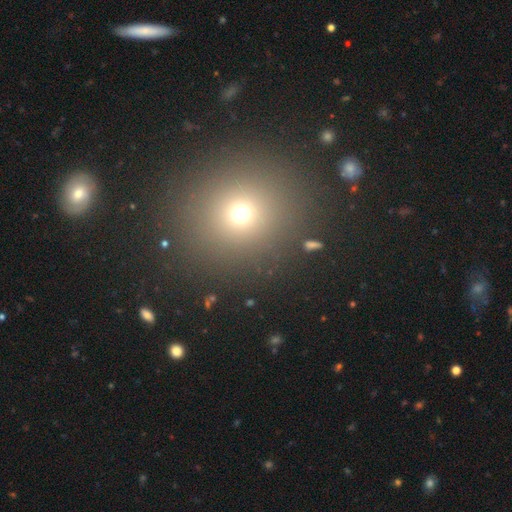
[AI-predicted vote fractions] Smooth or featured? Predicted: smooth (p=0.62). How rounded? Predicted: round (p=0.87). Merging? Predicted: none (p=0.90).